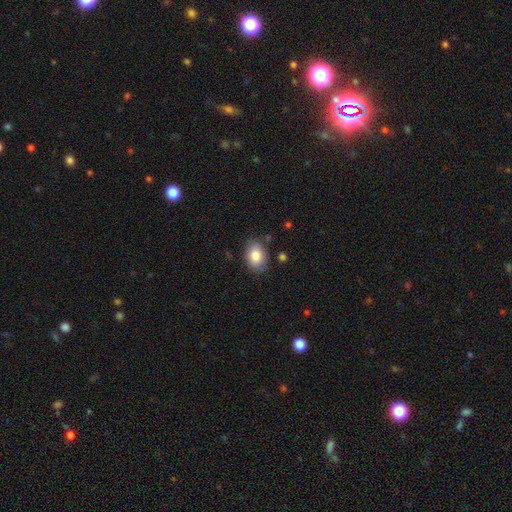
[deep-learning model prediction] A smooth galaxy with no disk features (83%) that is in between round and cigar-shaped (80%).

Vote fractions:
- Smooth or featured? smooth: 83% / featured or disk: 9% / star or artifact: 8%
- How rounded? in between: 80% / round: 19% / cigar-shaped: 1%
- Merging? none: 82% / minor disturbance: 12% / major disturbance: 3% / merger: 2%